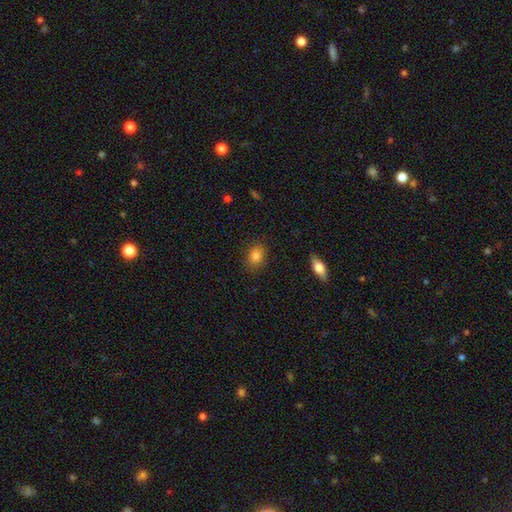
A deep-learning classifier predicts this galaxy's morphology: type=smooth (84%); roundness=in between (58%); merging=none (87%).